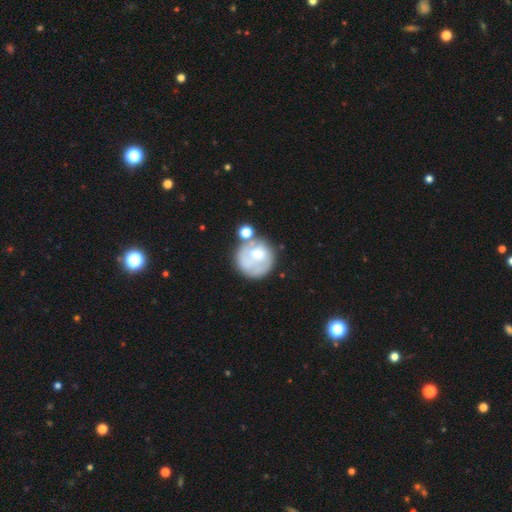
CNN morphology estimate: Smooth or featured? smooth (49%)
Merging? none (48%)